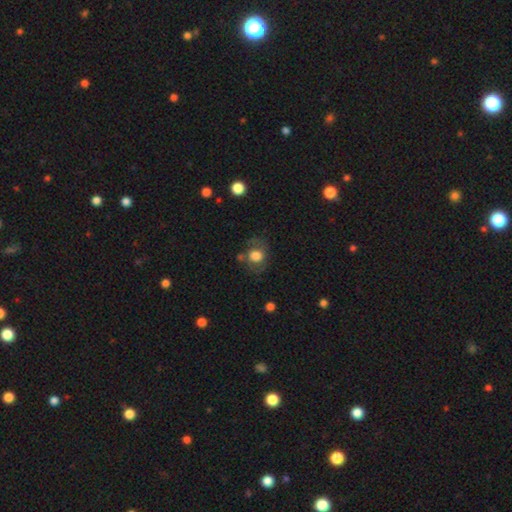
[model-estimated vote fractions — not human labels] Smooth or featured? Predicted: smooth (p=0.70). How rounded? Predicted: round (p=0.72). Merging? Predicted: none (p=0.63).